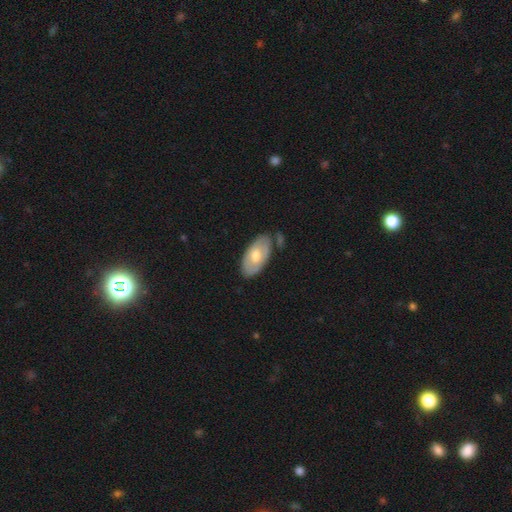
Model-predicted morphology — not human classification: Smooth or featured? smooth (56%)
How rounded? in between (94%)
Merging? none (73%)